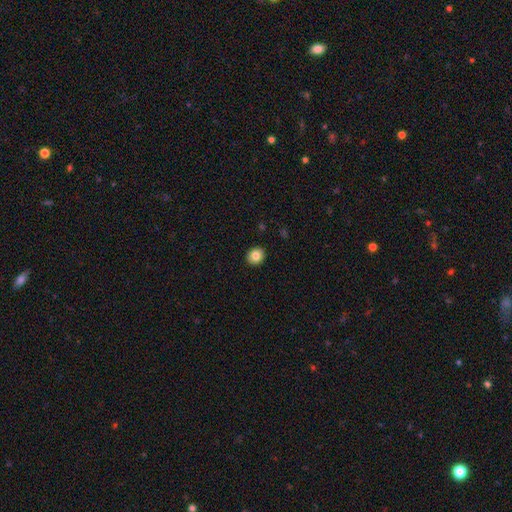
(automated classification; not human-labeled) A smooth galaxy with no disk features (83%) that is round (81%).

Vote fractions:
- Smooth or featured? smooth: 83% / star or artifact: 9% / featured or disk: 8%
- How rounded? round: 81% / in between: 18% / cigar-shaped: 1%
- Merging? none: 91% / minor disturbance: 6% / major disturbance: 2% / merger: 1%